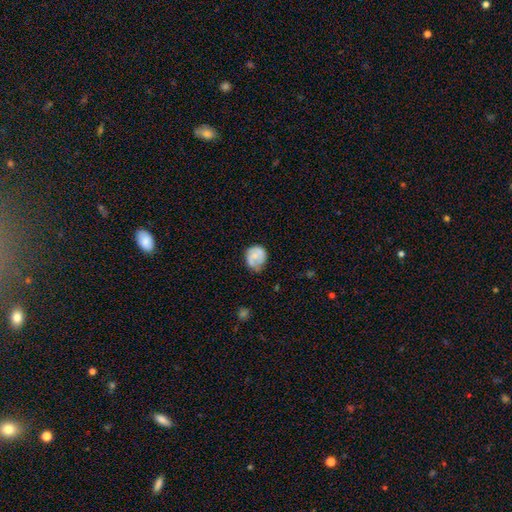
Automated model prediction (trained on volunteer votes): A smooth galaxy with no disk features (62%) that is round (72%). Merging: none (50%).